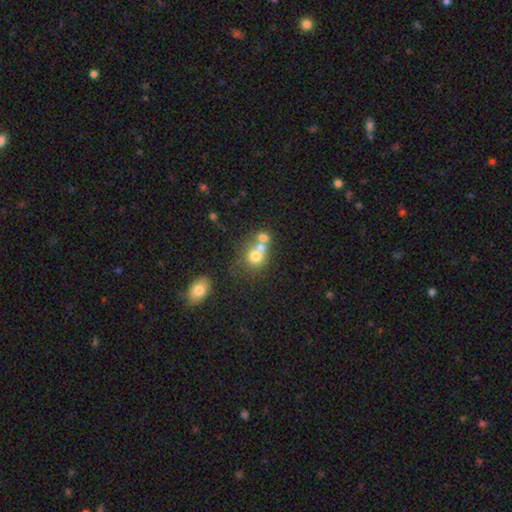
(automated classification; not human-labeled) smooth 68%, featured or disk 18%, star or artifact 13%. Down the decision tree: how rounded — round (77%); merging — merger (50%).